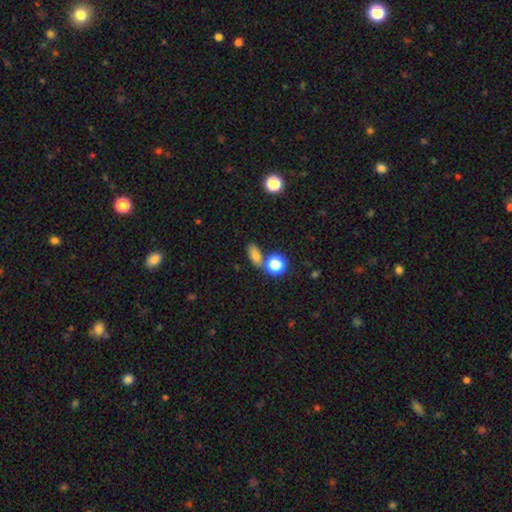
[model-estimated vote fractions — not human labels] Overall: smooth (73%). How rounded: in between (74%). Merging: none (68%).